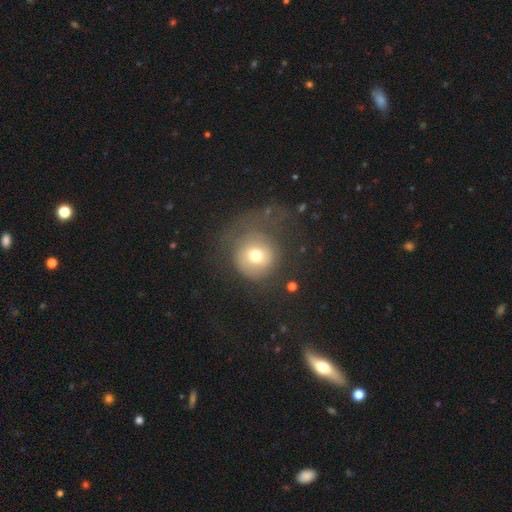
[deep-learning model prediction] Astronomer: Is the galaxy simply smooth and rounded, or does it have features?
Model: smooth — 65%.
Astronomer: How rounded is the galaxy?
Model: round — 91%.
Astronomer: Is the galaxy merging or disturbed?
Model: none — 41% (runner-up: major disturbance, 38%).